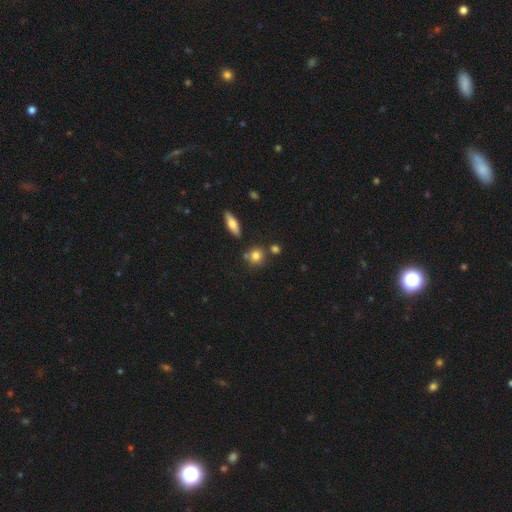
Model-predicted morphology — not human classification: Smooth or featured: smooth — 80% (star or artifact — 11%)
How rounded: round — 79% (in between — 18%)
Merging: none — 71% (merger — 14%)